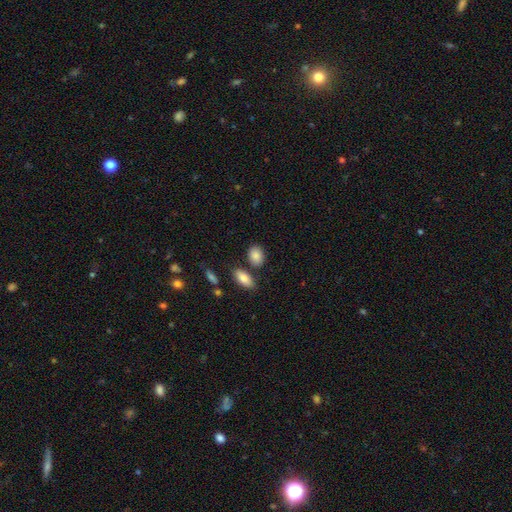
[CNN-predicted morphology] A smooth galaxy with no disk features (86%) that is in between round and cigar-shaped (73%). Merging: none (74%).